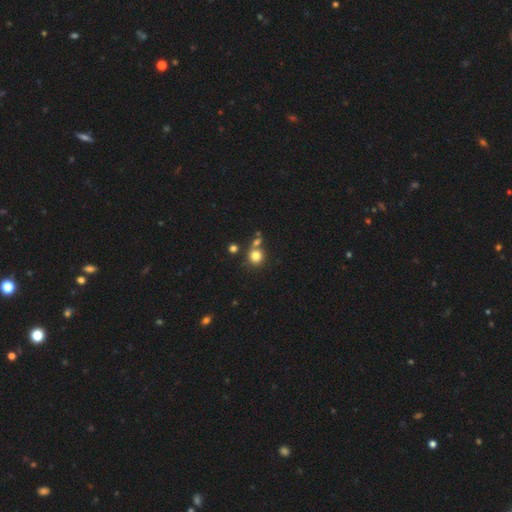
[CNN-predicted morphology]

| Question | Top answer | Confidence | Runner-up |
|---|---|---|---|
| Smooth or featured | smooth | 80% | star or artifact (12%) |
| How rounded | round | 89% | in between (10%) |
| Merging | none | 61% | merger (25%) |